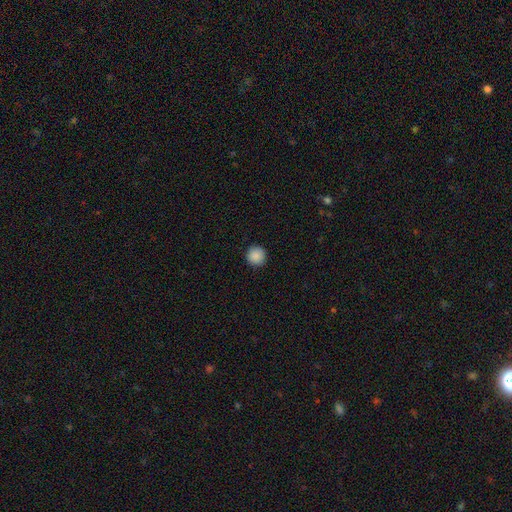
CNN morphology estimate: Overall: smooth (89%). How rounded: round (96%). Merging: none (93%).